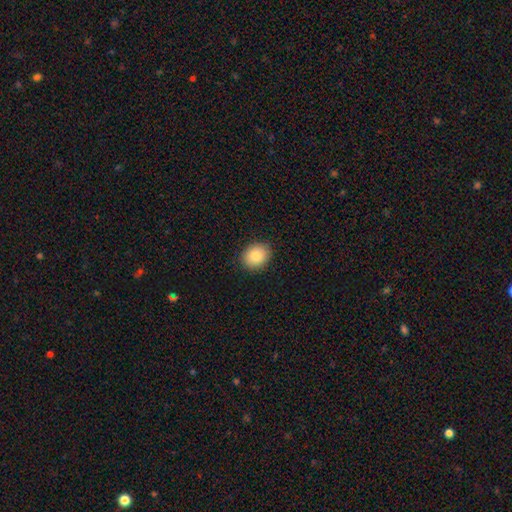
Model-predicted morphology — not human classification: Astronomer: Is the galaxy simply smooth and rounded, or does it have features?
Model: smooth — 85%.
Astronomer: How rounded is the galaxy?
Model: in between — 51% (runner-up: round, 49%).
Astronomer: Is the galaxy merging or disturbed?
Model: none — 89%.